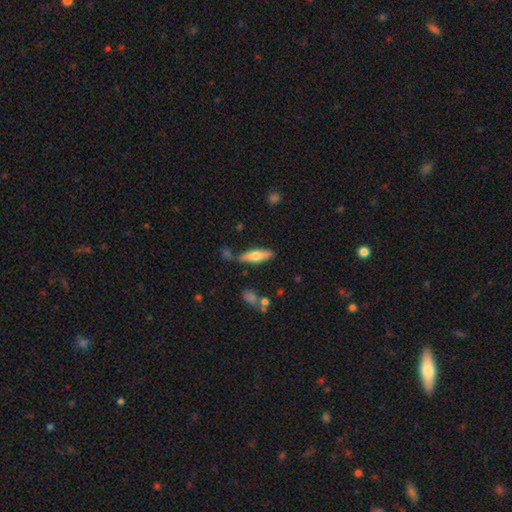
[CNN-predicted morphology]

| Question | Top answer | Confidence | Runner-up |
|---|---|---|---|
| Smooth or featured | smooth | 54% | featured or disk (40%) |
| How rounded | cigar-shaped | 58% | in between (40%) |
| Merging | none | 75% | minor disturbance (15%) |